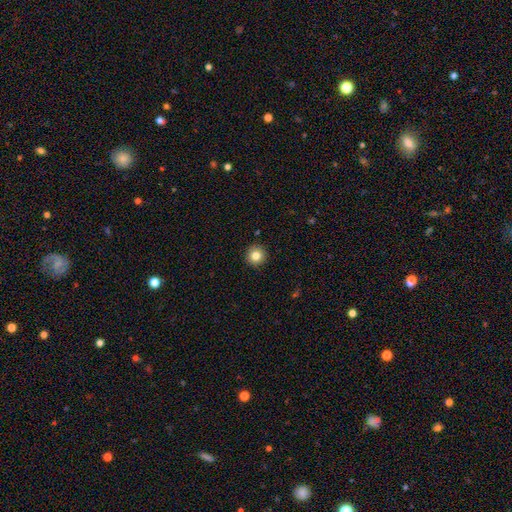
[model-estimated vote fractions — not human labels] Smooth or featured? Predicted: smooth (p=0.82). How rounded? Predicted: round (p=0.95). Merging? Predicted: none (p=0.92).